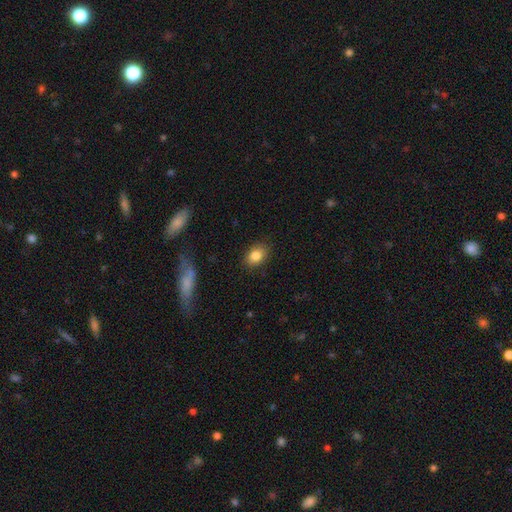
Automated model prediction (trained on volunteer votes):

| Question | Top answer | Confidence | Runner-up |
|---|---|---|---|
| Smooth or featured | smooth | 83% | star or artifact (9%) |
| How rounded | in between | 75% | round (24%) |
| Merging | none | 85% | minor disturbance (11%) |